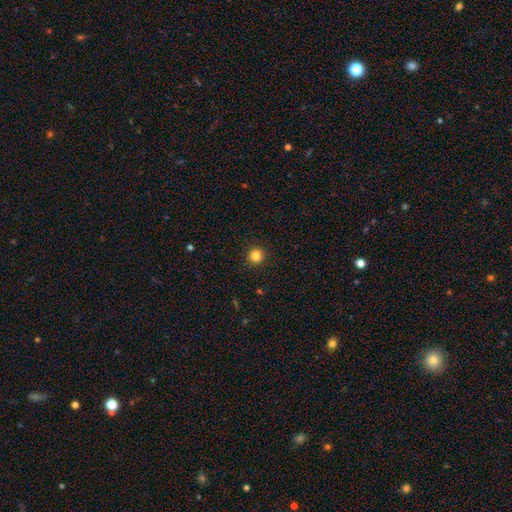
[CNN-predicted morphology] This is clearly a smooth galaxy (84%). How rounded: clearly round (96%). Merging: clearly none (93%).